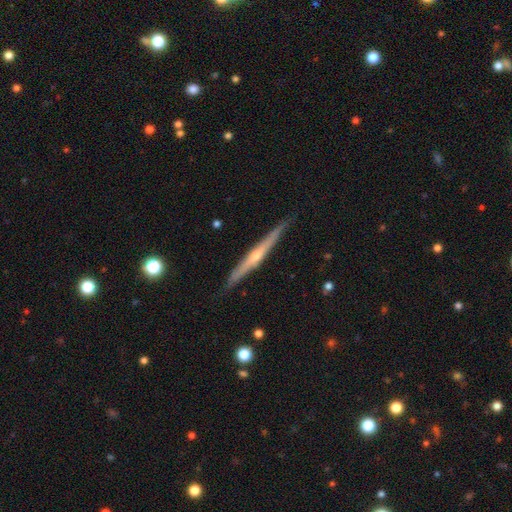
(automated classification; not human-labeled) Smooth or featured? Predicted: featured or disk (p=0.78). Edge-on disk? Predicted: yes (p=0.98). Edge-on bulge? Predicted: rounded (p=0.76). Merging? Predicted: none (p=0.90).